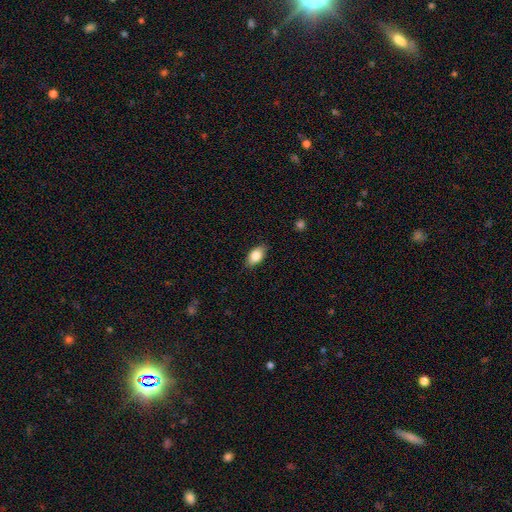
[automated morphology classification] Overall: smooth (82%). How rounded: in between (90%). Merging: none (86%).